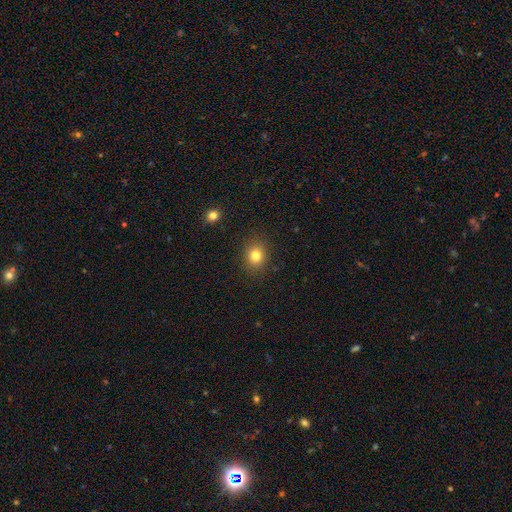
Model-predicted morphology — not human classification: Smooth or featured?
  - smooth: 80% *
  - star or artifact: 13%
  - featured or disk: 7%
How rounded?
  - round: 70% *
  - in between: 30%
  - cigar-shaped: 1%
Merging?
  - none: 88% *
  - minor disturbance: 8%
  - major disturbance: 3%
  - merger: 1%